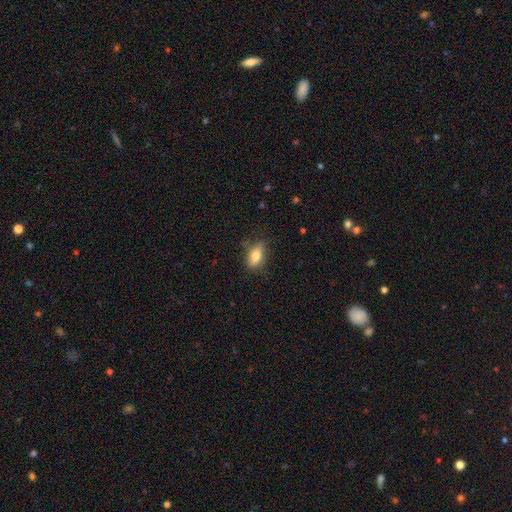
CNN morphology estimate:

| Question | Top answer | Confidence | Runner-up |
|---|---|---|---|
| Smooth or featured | smooth | 78% | featured or disk (14%) |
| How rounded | in between | 83% | cigar-shaped (11%) |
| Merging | none | 75% | minor disturbance (19%) |